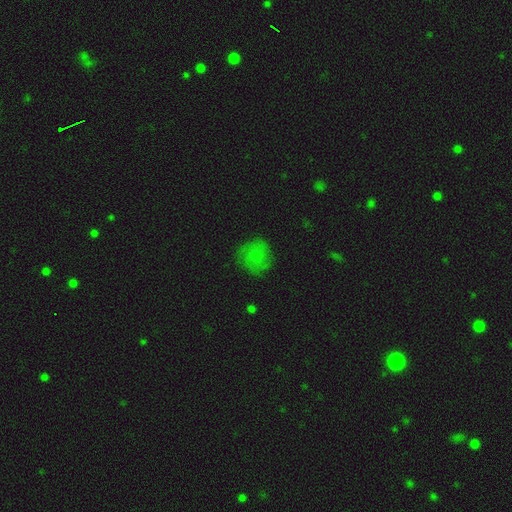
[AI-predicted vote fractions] Smooth or featured? smooth (64%)
How rounded? round (86%)
Merging? none (74%)